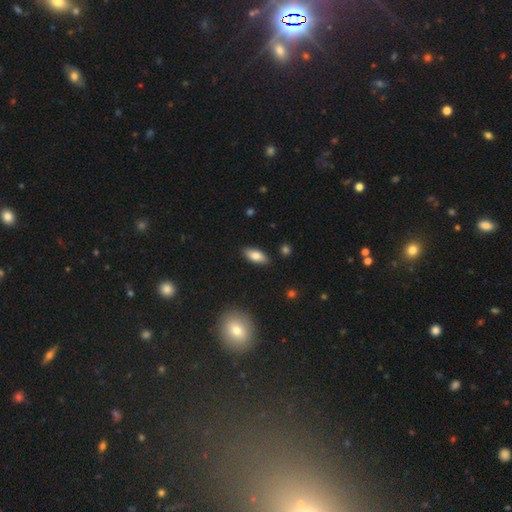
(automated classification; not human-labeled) Smooth or featured? Predicted: smooth (p=0.79). How rounded? Predicted: in between (p=0.83). Merging? Predicted: none (p=0.88).